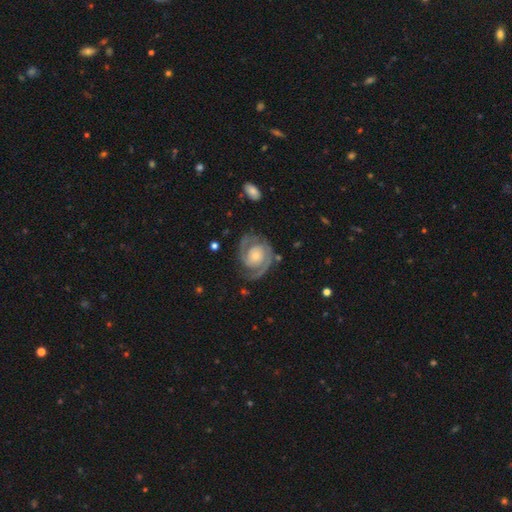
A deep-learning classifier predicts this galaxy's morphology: The model was most divided on "spiral winding": tight: 55%, medium: 38%, loose: 7%. More confident: edge-on disk — no (98%); spiral arms — yes (97%); smooth or featured — featured or disk (89%); spiral arm count — 2 (88%); merging — none (77%); bar — no (70%); bulge size — small (52%).